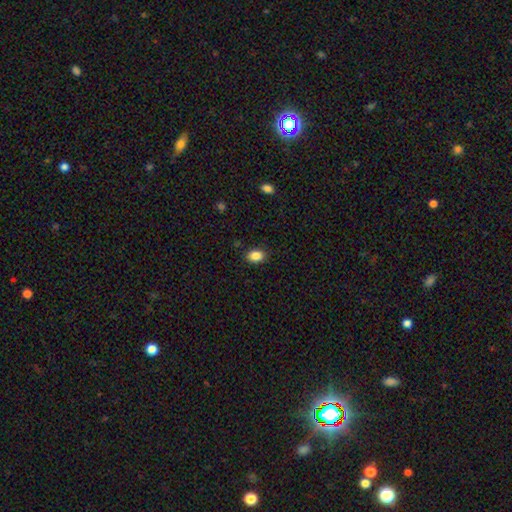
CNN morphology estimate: This is clearly a smooth galaxy (86%). How rounded: likely in between (77%). Merging: clearly none (88%).